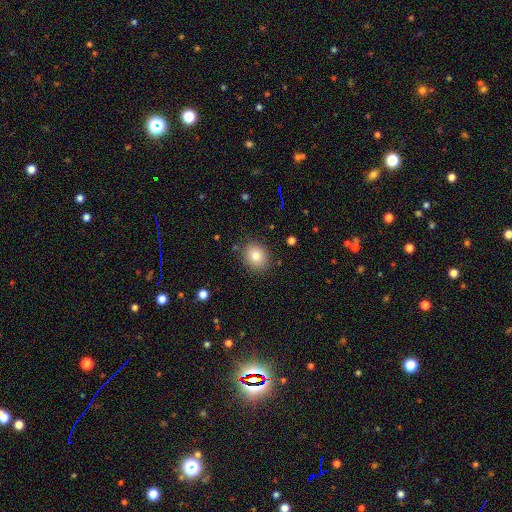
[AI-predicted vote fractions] This is likely a smooth galaxy (80%). How rounded: likely round (65%). Merging: clearly none (86%).